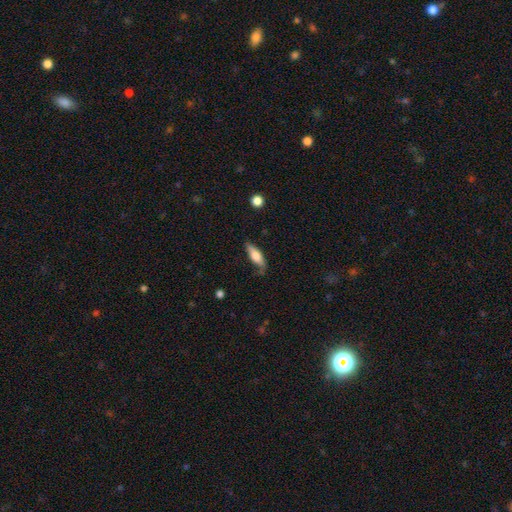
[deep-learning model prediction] Smooth or featured: smooth — 66% (featured or disk — 28%)
How rounded: in between — 54% (cigar-shaped — 44%)
Merging: none — 67% (minor disturbance — 25%)